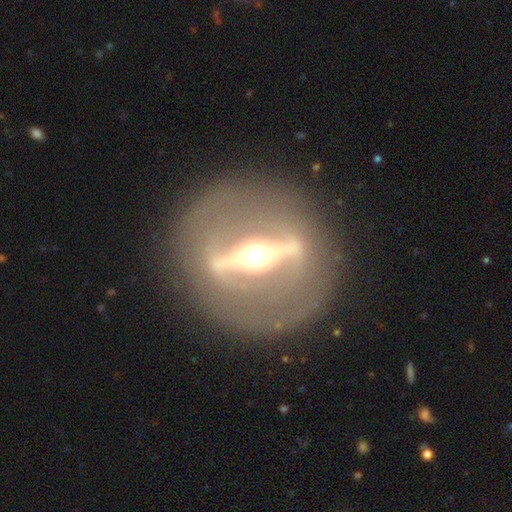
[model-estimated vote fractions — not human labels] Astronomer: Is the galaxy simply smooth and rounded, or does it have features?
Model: featured or disk — 85%.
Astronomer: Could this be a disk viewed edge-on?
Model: no — 53% (runner-up: yes, 47%).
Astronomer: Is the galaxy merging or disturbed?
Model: none — 84%.